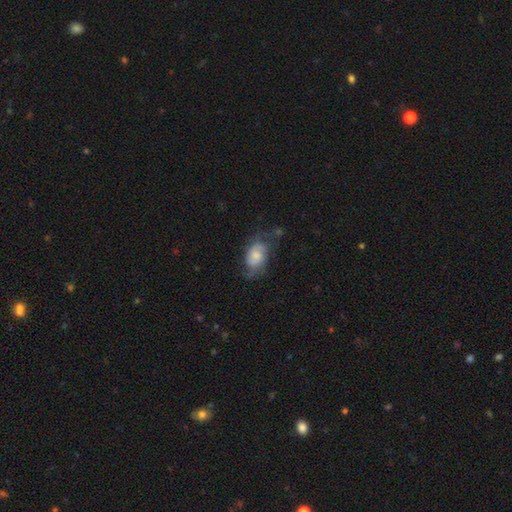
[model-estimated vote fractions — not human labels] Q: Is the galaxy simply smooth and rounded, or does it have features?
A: smooth — 49%.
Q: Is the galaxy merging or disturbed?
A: none — 45%.